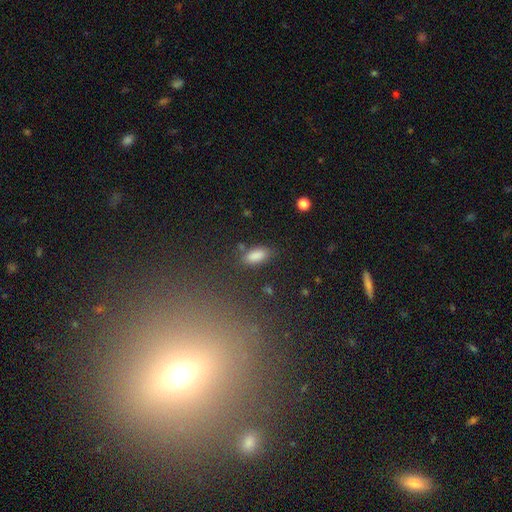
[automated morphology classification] Q: Smooth or featured?
A: smooth (87%); runner-up: star or artifact (9%)
Q: How rounded?
A: in between (87%); runner-up: cigar-shaped (10%)
Q: Merging?
A: none (78%); runner-up: minor disturbance (14%)